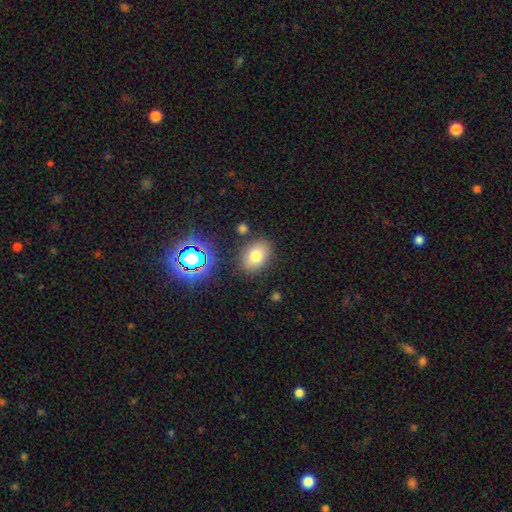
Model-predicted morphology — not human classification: This appears to be a smooth galaxy with no disk features (75%) that is in between round and cigar-shaped (69%). Merging: none (83%).